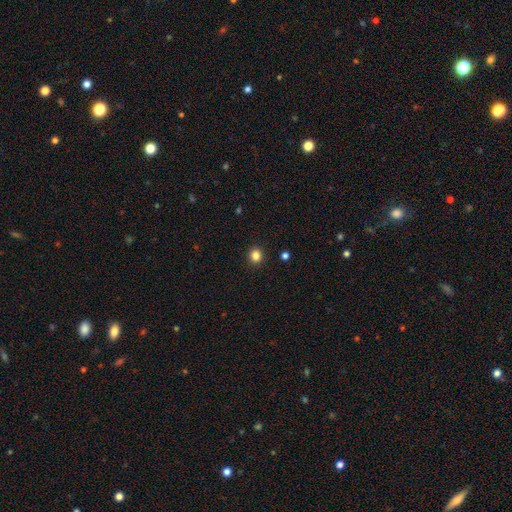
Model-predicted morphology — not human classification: type=smooth (84%); roundness=round (85%); merging=none (92%).